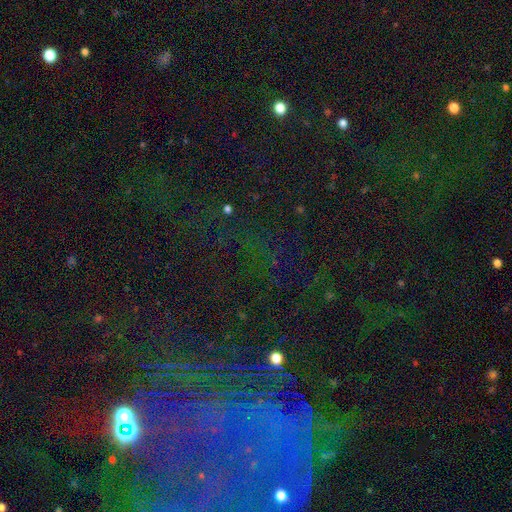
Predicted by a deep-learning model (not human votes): A star or artifact, not a galaxy (55%).

Vote fractions:
- Smooth or featured? star or artifact: 55% / featured or disk: 30% / smooth: 15%